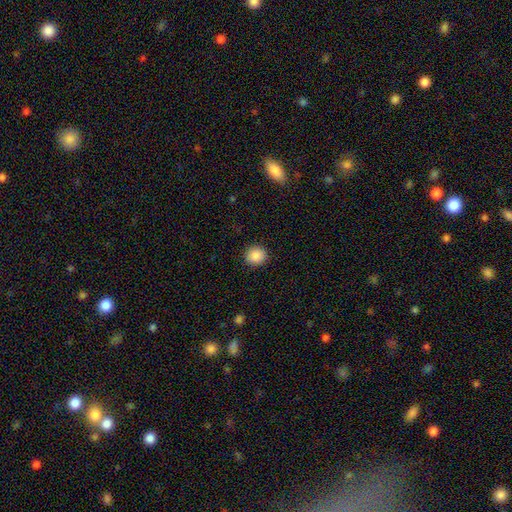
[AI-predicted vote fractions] smooth 88%, star or artifact 9%, featured or disk 3%. Down the decision tree: how rounded — round (88%); merging — none (91%).